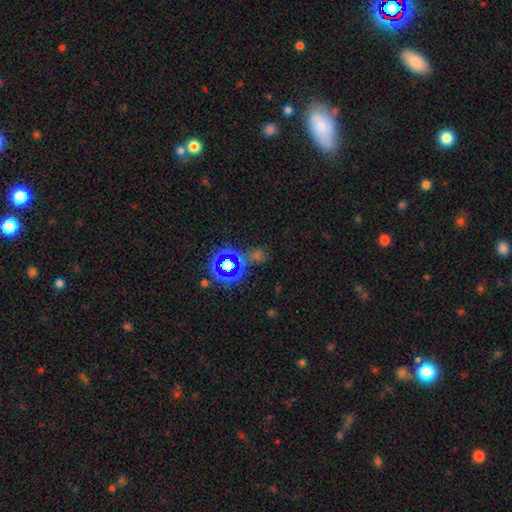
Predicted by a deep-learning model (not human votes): The model was most divided on "smooth or featured": star or artifact: 63%, smooth: 27%, featured or disk: 10%.